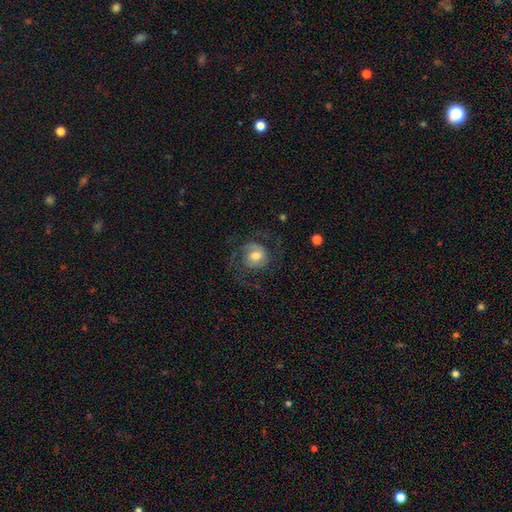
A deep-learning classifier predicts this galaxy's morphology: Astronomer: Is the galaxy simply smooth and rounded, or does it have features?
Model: featured or disk — 68%.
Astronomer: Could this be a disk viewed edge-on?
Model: no — 98%.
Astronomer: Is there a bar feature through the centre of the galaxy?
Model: no — 61%.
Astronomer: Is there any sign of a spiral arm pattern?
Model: yes — 91%.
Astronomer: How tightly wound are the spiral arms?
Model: medium — 48% (runner-up: loose, 29%).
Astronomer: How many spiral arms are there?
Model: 2 — 75%.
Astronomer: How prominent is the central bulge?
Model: moderate — 62%.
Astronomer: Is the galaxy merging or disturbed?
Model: none — 64%.